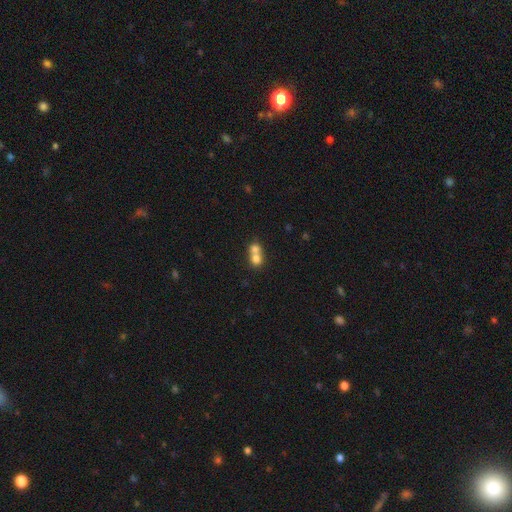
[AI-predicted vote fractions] A smooth galaxy with no disk features (74%) that is round (75%).

Vote fractions:
- Smooth or featured? smooth: 74% / featured or disk: 16% / star or artifact: 11%
- How rounded? round: 75% / in between: 23% / cigar-shaped: 1%
- Merging? merger: 69% / none: 25% / minor disturbance: 4% / major disturbance: 2%